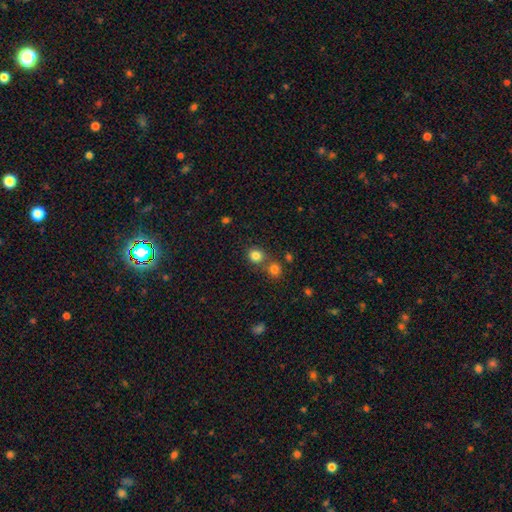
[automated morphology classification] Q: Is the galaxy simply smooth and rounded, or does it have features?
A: smooth — 82%.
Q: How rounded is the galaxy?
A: round — 85%.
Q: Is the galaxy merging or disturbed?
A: none — 64%.